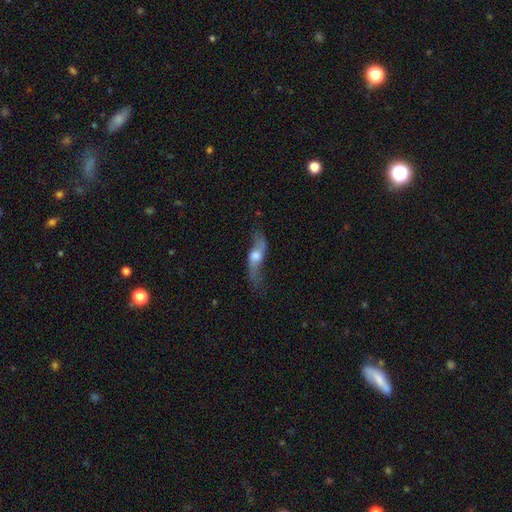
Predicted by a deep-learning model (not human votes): Smooth or featured? Predicted: featured or disk (p=0.61). Edge-on disk? Predicted: no (p=0.52). Merging? Predicted: none (p=0.56).